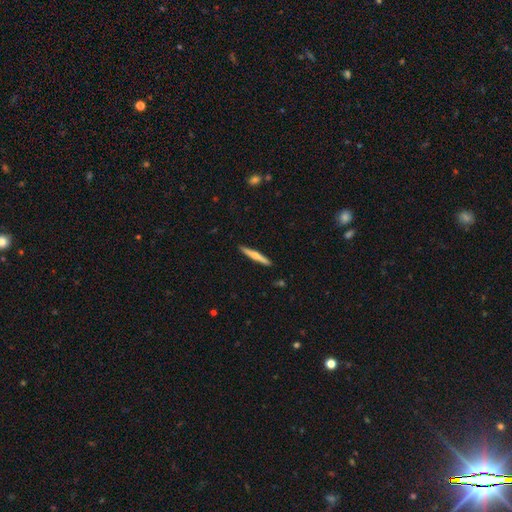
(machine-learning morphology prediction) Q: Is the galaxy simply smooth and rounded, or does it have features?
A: featured or disk — 48%.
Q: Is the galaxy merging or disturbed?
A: none — 91%.